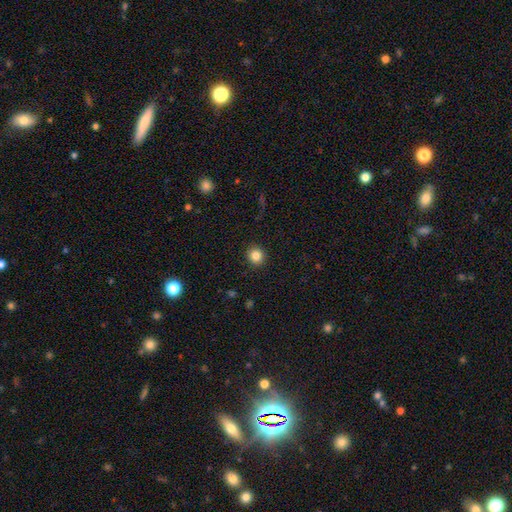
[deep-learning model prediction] Smooth or featured?
  - smooth: 85% *
  - star or artifact: 11%
  - featured or disk: 4%
How rounded?
  - round: 86% *
  - in between: 13%
  - cigar-shaped: 1%
Merging?
  - none: 91% *
  - minor disturbance: 6%
  - major disturbance: 2%
  - merger: 1%